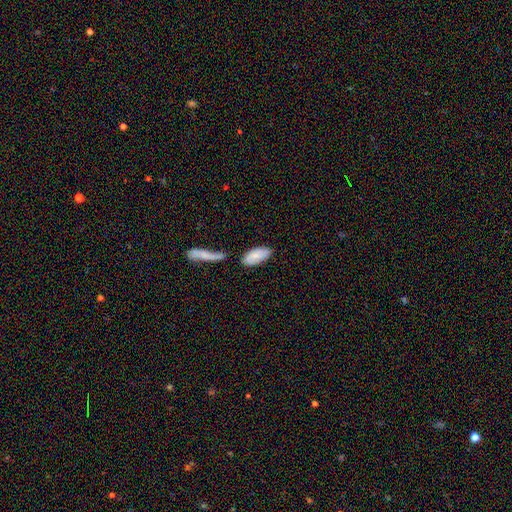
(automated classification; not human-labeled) The model was most divided on "merging": none: 63%, minor disturbance: 17%, merger: 15%, major disturbance: 5%. More confident: how rounded — in between (88%); smooth or featured — smooth (76%).